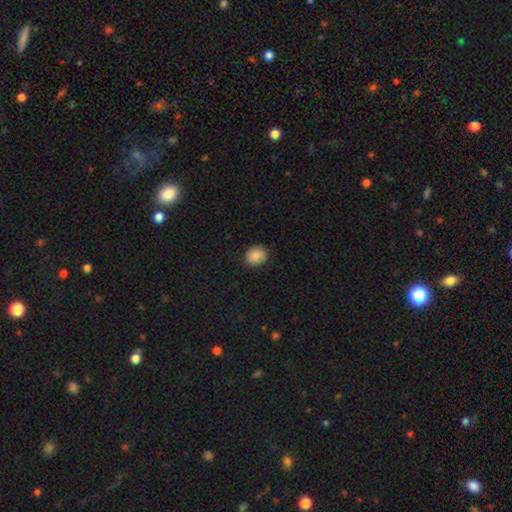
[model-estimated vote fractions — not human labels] Overall: smooth (86%). How rounded: round (77%). Merging: none (87%).